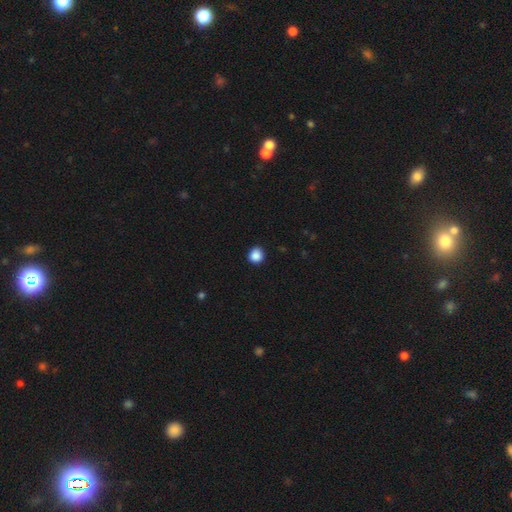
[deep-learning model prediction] Smooth or featured?
  - smooth: 88% *
  - star or artifact: 10%
  - featured or disk: 2%
How rounded?
  - round: 89% *
  - in between: 10%
  - cigar-shaped: 1%
Merging?
  - none: 90% *
  - minor disturbance: 7%
  - major disturbance: 2%
  - merger: 1%